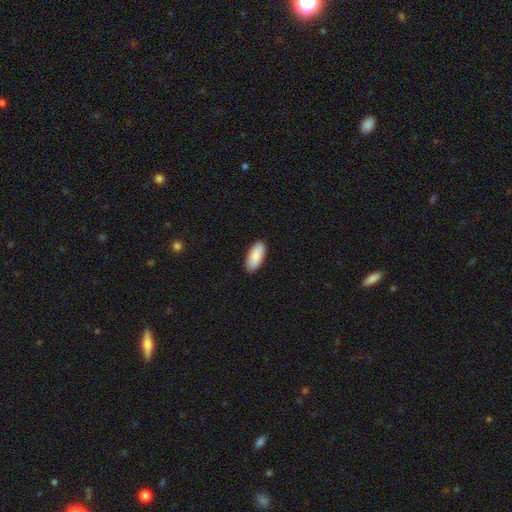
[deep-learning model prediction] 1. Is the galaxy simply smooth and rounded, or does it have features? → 89% smooth, 6% featured or disk, 5% star or artifact.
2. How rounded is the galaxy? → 89% in between, 10% cigar-shaped, 2% round.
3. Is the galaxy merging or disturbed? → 89% none, 8% minor disturbance, 2% major disturbance, 1% merger.